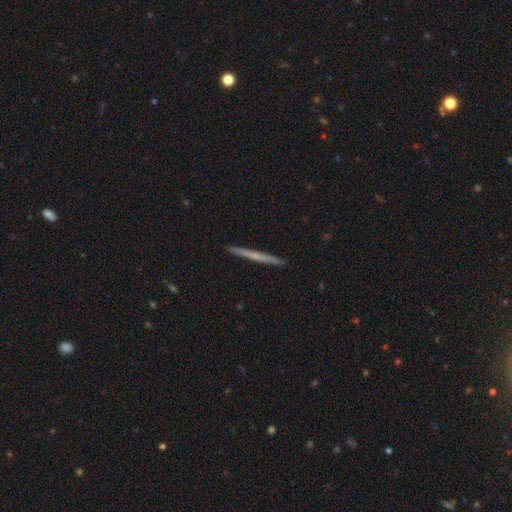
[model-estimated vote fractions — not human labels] Smooth or featured? Predicted: featured or disk (p=0.51). Edge-on disk? Predicted: yes (p=0.98). Merging? Predicted: none (p=0.93).